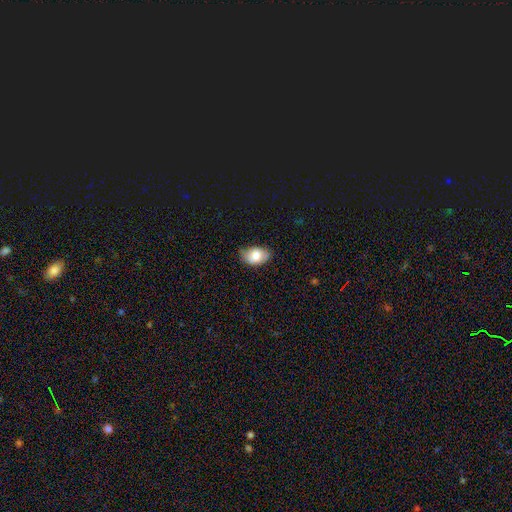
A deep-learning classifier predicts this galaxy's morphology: This appears to be a smooth galaxy with no disk features (81%) that is in between round and cigar-shaped (87%). Merging: none (71%).